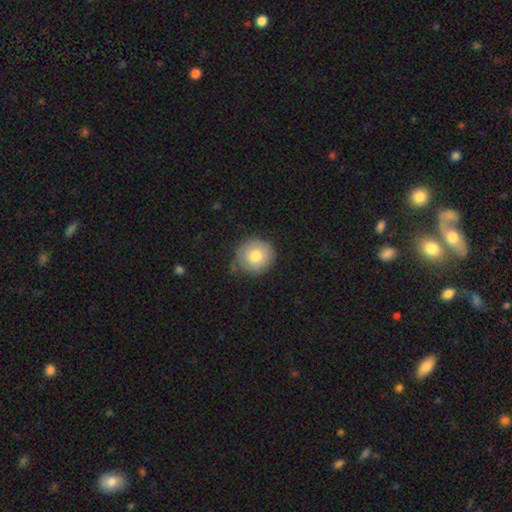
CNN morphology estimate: Smooth or featured: smooth — 76% (featured or disk — 16%)
How rounded: round — 92% (in between — 7%)
Merging: none — 77% (minor disturbance — 17%)